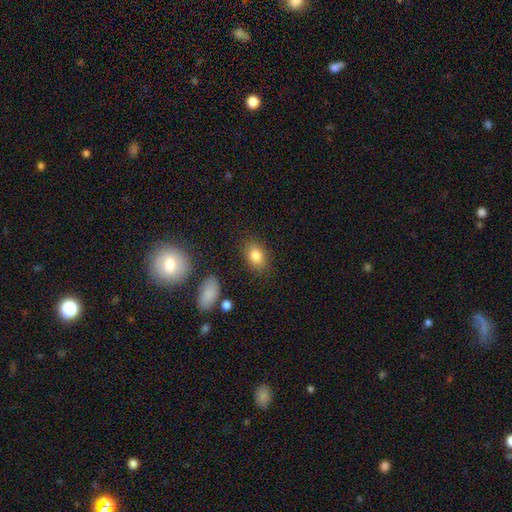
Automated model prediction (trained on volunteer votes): Smooth or featured: smooth — 84% (star or artifact — 8%)
How rounded: in between — 80% (round — 19%)
Merging: none — 82% (minor disturbance — 12%)